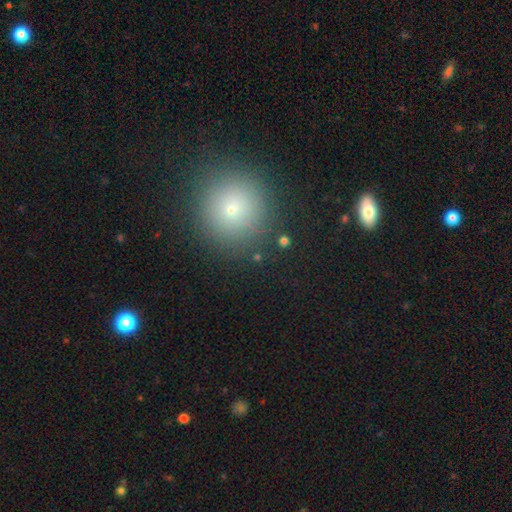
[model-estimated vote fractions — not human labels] Smooth or featured? Predicted: smooth (p=0.70). How rounded? Predicted: round (p=0.91). Merging? Predicted: none (p=0.87).